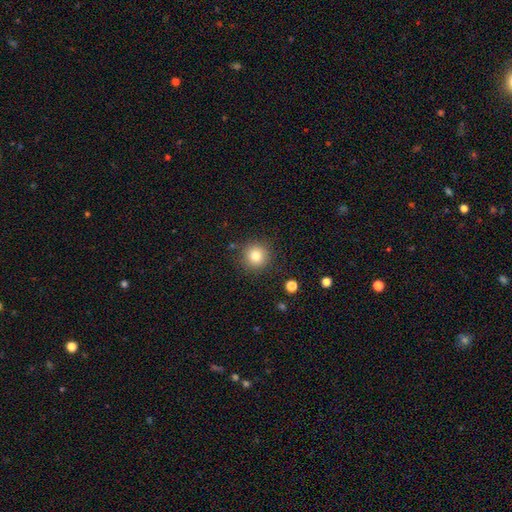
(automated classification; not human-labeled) Smooth or featured?
  - smooth: 81% *
  - star or artifact: 12%
  - featured or disk: 7%
How rounded?
  - round: 94% *
  - in between: 5%
  - cigar-shaped: 1%
Merging?
  - none: 87% *
  - minor disturbance: 8%
  - major disturbance: 3%
  - merger: 2%